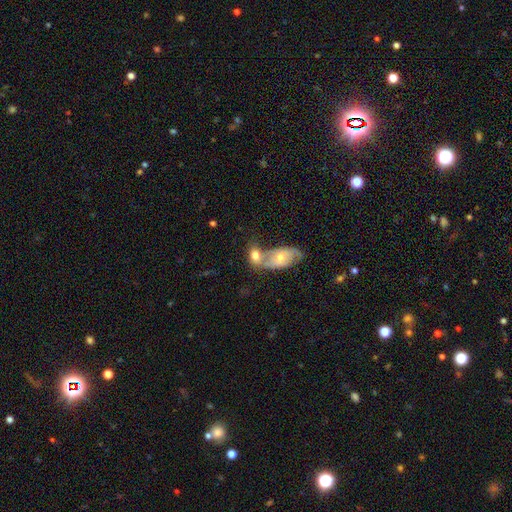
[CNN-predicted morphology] Smooth or featured? Predicted: smooth (p=0.67). How rounded? Predicted: in between (p=0.74). Merging? Predicted: merger (p=0.60).